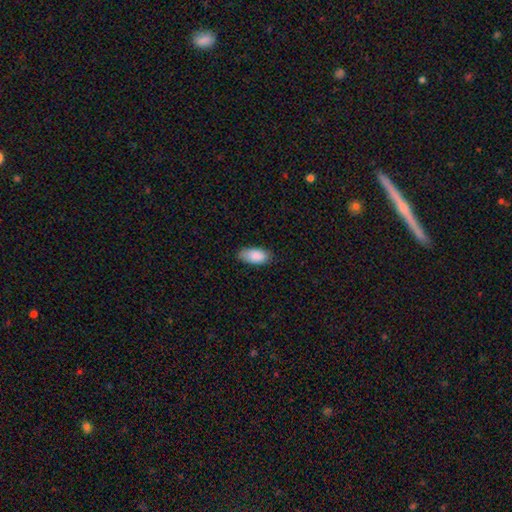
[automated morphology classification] smooth_or_featured: smooth (p=0.88) [alt: star or artifact p=0.06]
how_rounded: in between (p=0.93) [alt: cigar-shaped p=0.05]
merging: none (p=0.76) [alt: minor disturbance p=0.20]